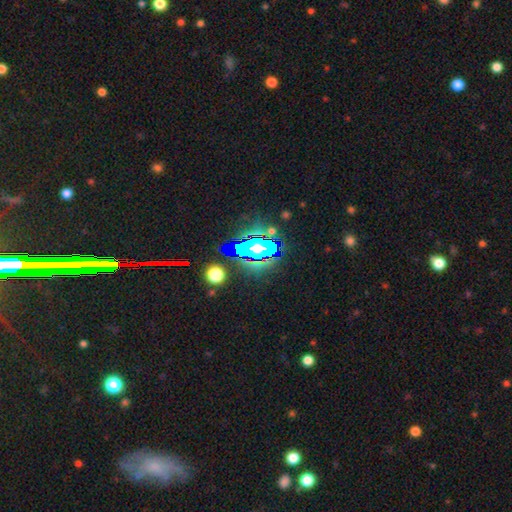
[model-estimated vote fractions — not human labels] Smooth or featured?
  - star or artifact: 82% *
  - smooth: 9%
  - featured or disk: 9%